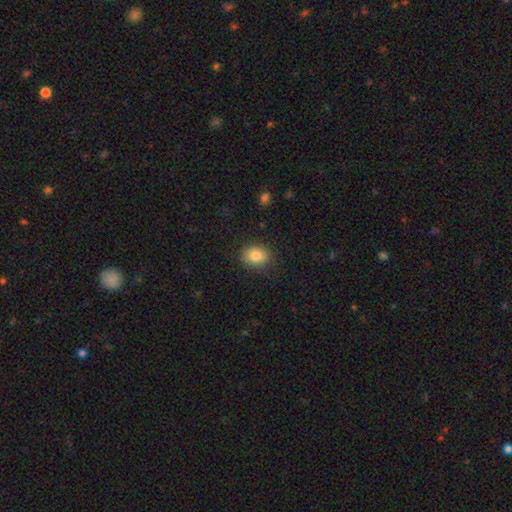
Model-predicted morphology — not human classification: smooth 85%, star or artifact 9%, featured or disk 6%. Down the decision tree: how rounded — in between (57%); merging — none (83%).